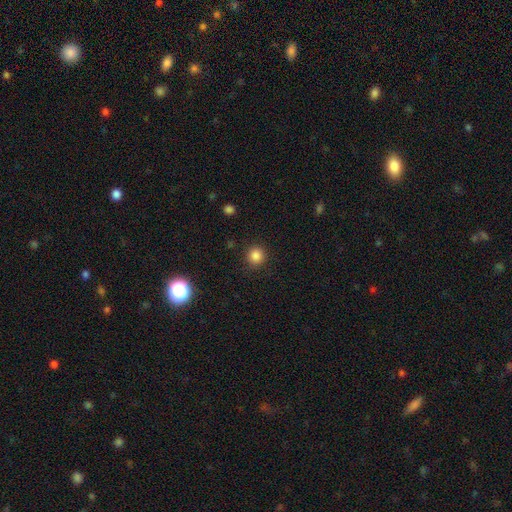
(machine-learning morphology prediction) smooth 84%, star or artifact 12%, featured or disk 4%. Down the decision tree: how rounded — round (93%); merging — none (89%).